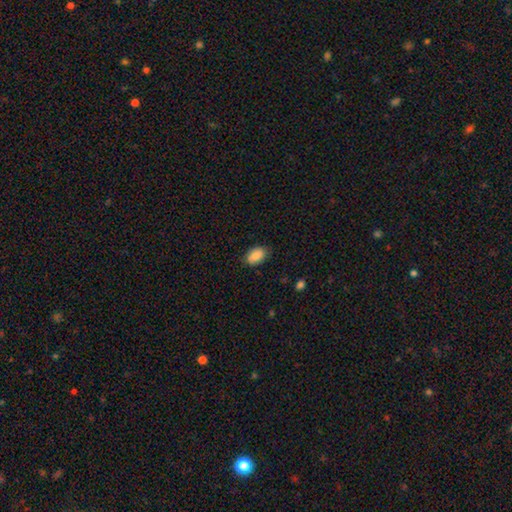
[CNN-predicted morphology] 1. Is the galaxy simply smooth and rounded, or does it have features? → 87% smooth, 7% star or artifact, 6% featured or disk.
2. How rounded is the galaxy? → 91% in between, 8% round, 1% cigar-shaped.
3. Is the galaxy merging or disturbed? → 83% none, 13% minor disturbance, 3% major disturbance, 1% merger.